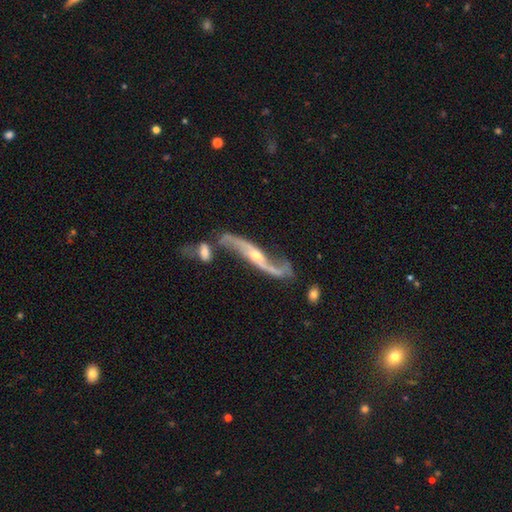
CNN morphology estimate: smooth_or_featured: featured or disk (p=0.88) [alt: smooth p=0.07]
disk_edge_on: no (p=0.75) [alt: yes p=0.25]
bar: no (p=0.51) [alt: weak p=0.29]
has_spiral_arms: yes (p=0.93) [alt: no p=0.07]
spiral_winding: loose (p=0.89) [alt: medium p=0.07]
spiral_arm_count: 2 (p=0.91) [alt: 1 p=0.04]
bulge_size: moderate (p=0.50) [alt: small p=0.44]
merging: none (p=0.39) [alt: merger p=0.29]